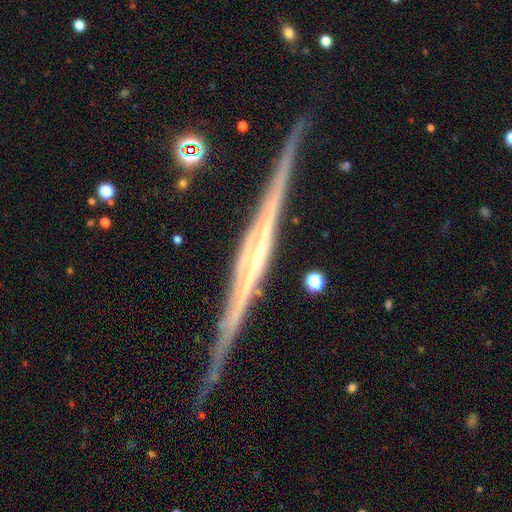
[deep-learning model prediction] featured or disk 89%, smooth 5%, star or artifact 5%. Down the decision tree: edge-on disk — yes (98%); edge-on bulge — rounded (41%); merging — none (89%).